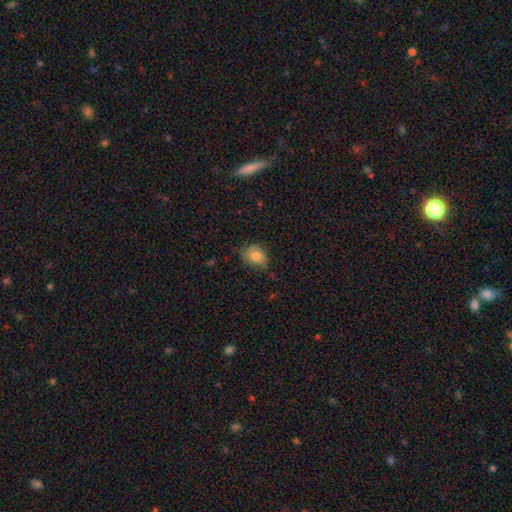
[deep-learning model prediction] A smooth galaxy with no disk features (80%) that is in between round and cigar-shaped (60%).

Vote fractions:
- Smooth or featured? smooth: 80% / featured or disk: 10% / star or artifact: 9%
- How rounded? in between: 60% / round: 39% / cigar-shaped: 1%
- Merging? none: 63% / minor disturbance: 28% / major disturbance: 7% / merger: 1%